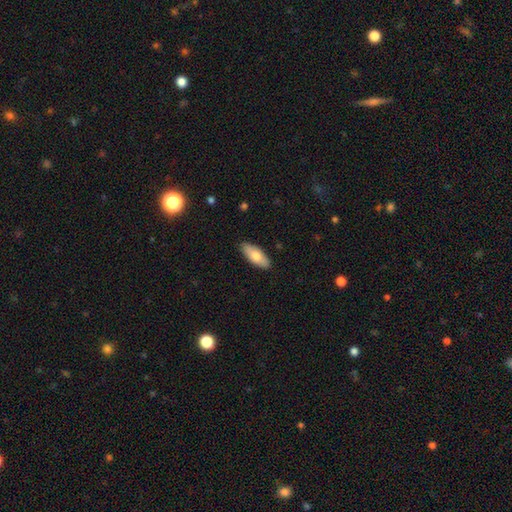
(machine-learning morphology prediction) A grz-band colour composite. It shows a smooth galaxy with no disk features (74%) that is in between round and cigar-shaped (78%). Merging: none (89%).